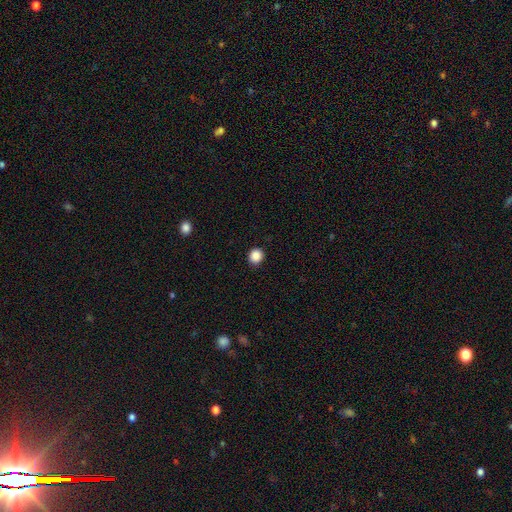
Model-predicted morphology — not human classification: smooth-or-featured: smooth: 88% | star or artifact: 10% | featured or disk: 3%
  how-rounded: round: 92% | in between: 7% | cigar-shaped: 1%
  merging: none: 92% | minor disturbance: 5% | major disturbance: 2% | merger: 1%